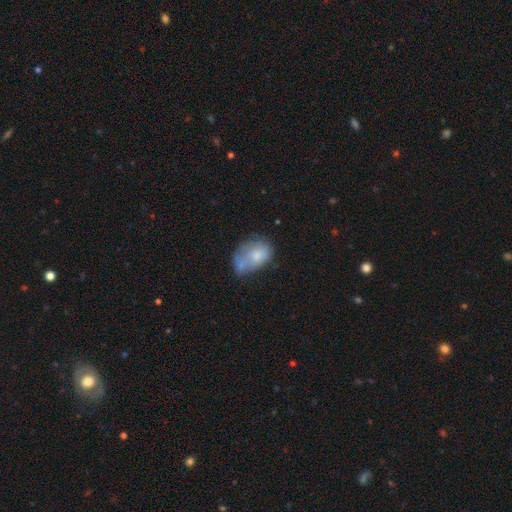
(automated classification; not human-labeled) This is likely a smooth galaxy (64%). How rounded: clearly in between (81%). Merging: marginally minor disturbance (29%).